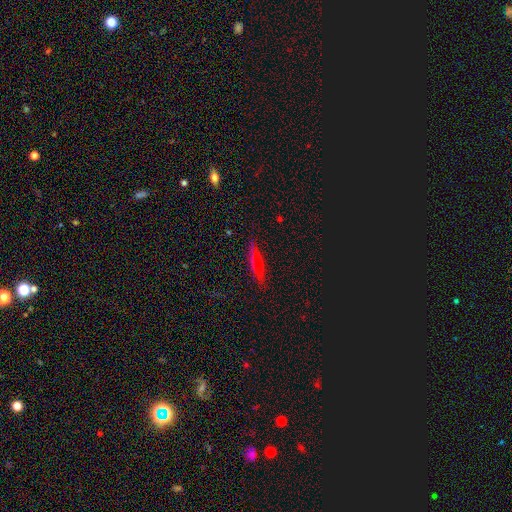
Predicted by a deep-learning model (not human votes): Morphology: type=smooth (53%); roundness=cigar-shaped (66%); merging=none (83%).